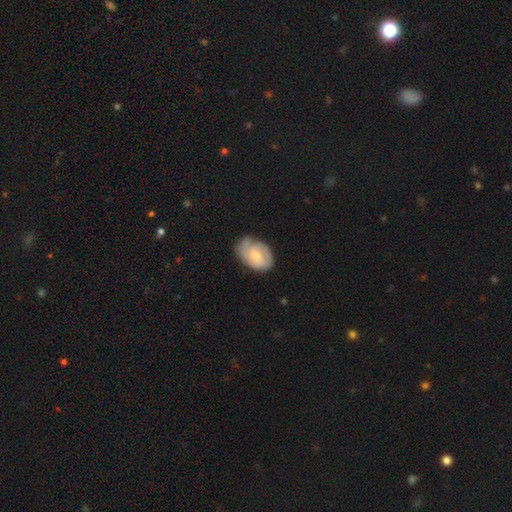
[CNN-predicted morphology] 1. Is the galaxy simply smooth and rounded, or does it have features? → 51% smooth, 43% featured or disk, 6% star or artifact.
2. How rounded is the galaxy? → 84% in between, 15% round, 1% cigar-shaped.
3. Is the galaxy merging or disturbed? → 54% none, 34% minor disturbance, 10% major disturbance, 2% merger.